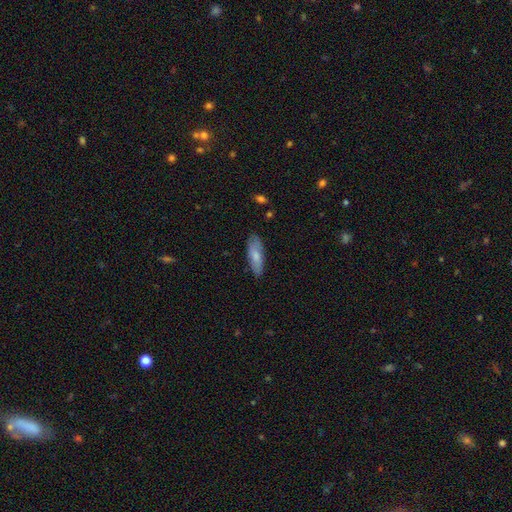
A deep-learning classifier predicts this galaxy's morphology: Smooth or featured? Predicted: smooth (p=0.72). How rounded? Predicted: in between (p=0.61). Merging? Predicted: none (p=0.78).